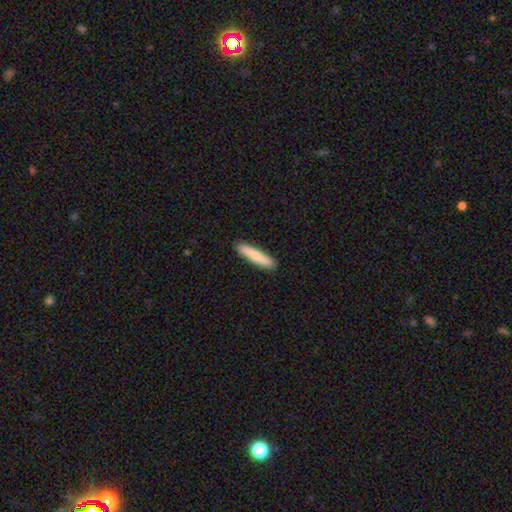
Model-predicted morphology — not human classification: This is likely a smooth galaxy (79%). How rounded: clearly cigar-shaped (91%). Merging: clearly none (90%).